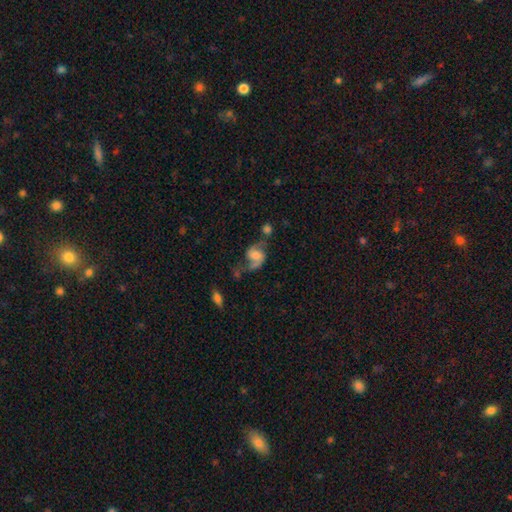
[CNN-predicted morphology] The model was most divided on "bar": no: 44%, weak: 43%, strong: 13%. Remaining: edge-on disk — no (97%); spiral arms — yes (93%); spiral arm count — 2 (88%); smooth or featured — featured or disk (75%); spiral winding — loose (57%); merging — none (46%); bulge size — moderate (29%).